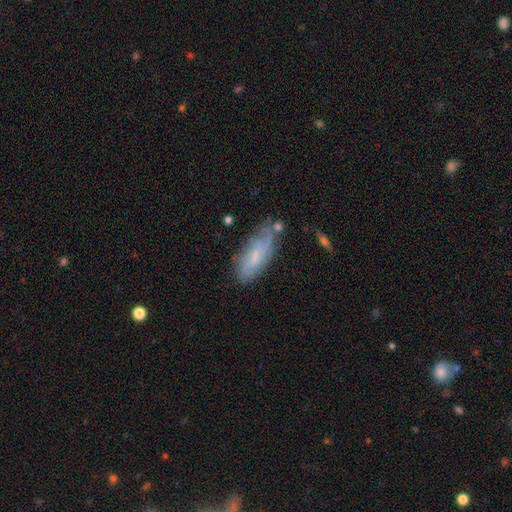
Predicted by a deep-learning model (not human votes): A smooth galaxy with no disk features (58%) that is in between round and cigar-shaped (73%).

Vote fractions:
- Smooth or featured? smooth: 58% / featured or disk: 34% / star or artifact: 8%
- How rounded? in between: 73% / cigar-shaped: 24% / round: 2%
- Merging? none: 58% / minor disturbance: 28% / major disturbance: 8% / merger: 6%